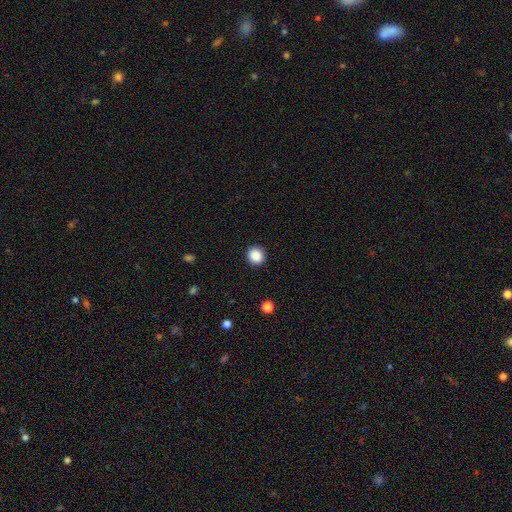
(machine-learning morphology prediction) Overall: smooth (88%). How rounded: round (92%). Merging: none (92%).